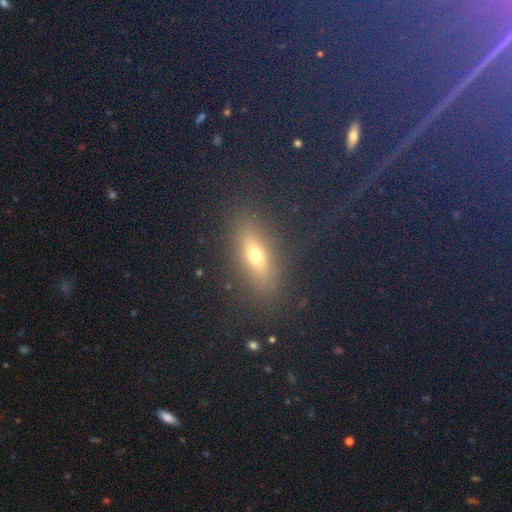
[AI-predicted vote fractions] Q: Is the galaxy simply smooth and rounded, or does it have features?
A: smooth — 62%.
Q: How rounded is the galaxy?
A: in between — 63%.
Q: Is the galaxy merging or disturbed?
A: none — 82%.